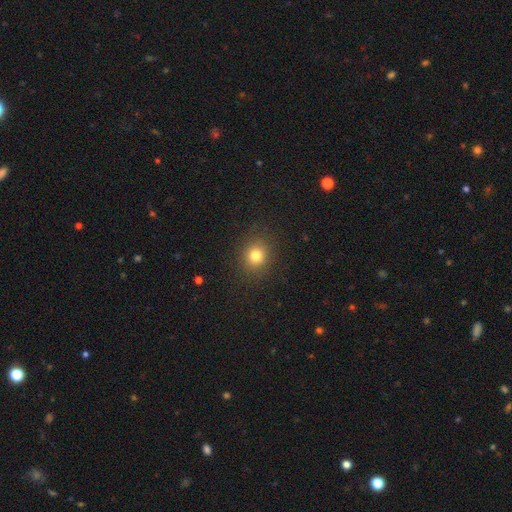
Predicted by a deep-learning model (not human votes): smooth-or-featured: smooth: 79% | star or artifact: 14% | featured or disk: 7%
  how-rounded: round: 78% | in between: 21% | cigar-shaped: 1%
  merging: none: 88% | minor disturbance: 8% | major disturbance: 3% | merger: 1%